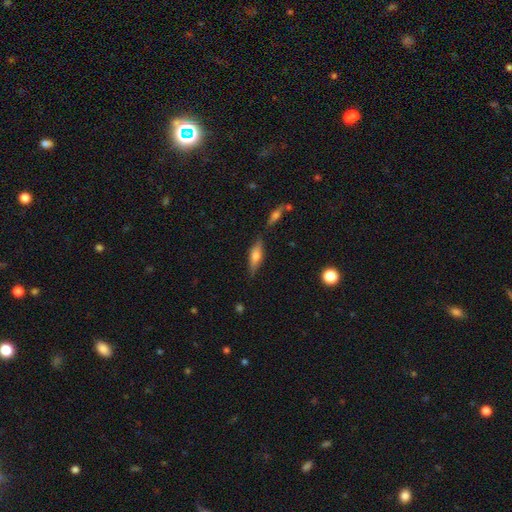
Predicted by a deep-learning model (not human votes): Q: Smooth or featured?
A: smooth (47%); runner-up: featured or disk (46%)
Q: Merging?
A: none (76%); runner-up: minor disturbance (14%)